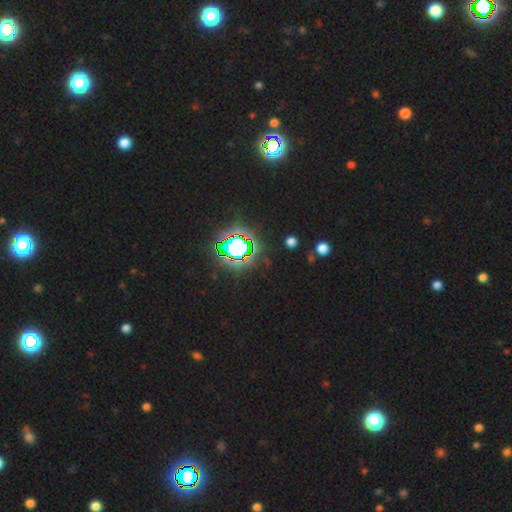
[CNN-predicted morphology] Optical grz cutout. It shows a star or artifact, not a galaxy (82%).